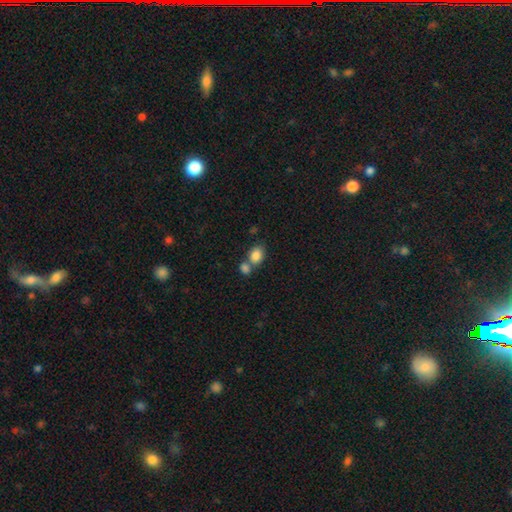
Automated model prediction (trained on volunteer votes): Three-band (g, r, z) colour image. It shows a smooth galaxy with no disk features (85%) that is in between round and cigar-shaped (67%). Merging: merger (45%).